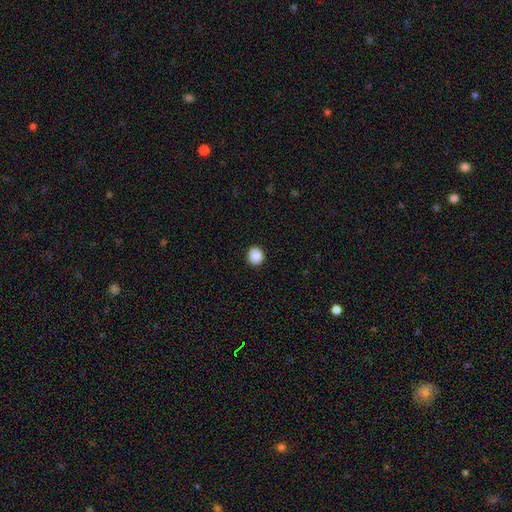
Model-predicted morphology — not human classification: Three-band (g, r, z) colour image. It shows a smooth galaxy with no disk features (89%) that is round (78%). Merging: none (91%).